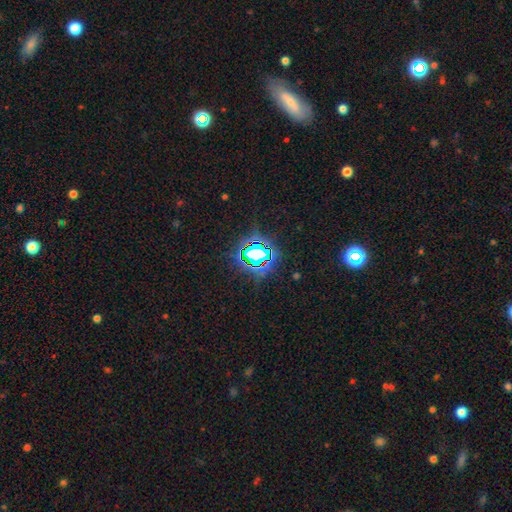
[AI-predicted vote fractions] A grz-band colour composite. It shows a star or artifact, not a galaxy (75%).